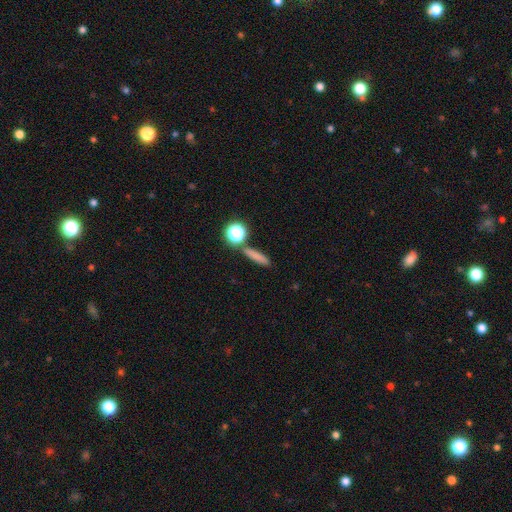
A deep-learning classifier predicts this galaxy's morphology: smooth-or-featured: smooth: 76% | star or artifact: 14% | featured or disk: 11%
  how-rounded: cigar-shaped: 73% | in between: 16% | round: 12%
  merging: none: 80% | minor disturbance: 9% | merger: 8% | major disturbance: 3%